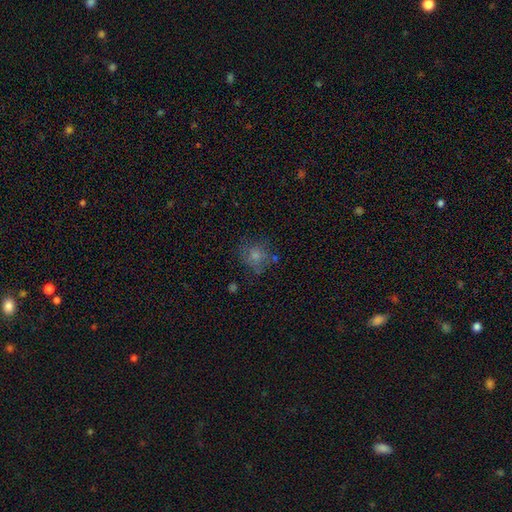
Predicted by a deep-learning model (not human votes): A smooth galaxy with no disk features (69%) that is round (78%).

Vote fractions:
- Smooth or featured? smooth: 69% / featured or disk: 17% / star or artifact: 14%
- How rounded? round: 78% / in between: 21% / cigar-shaped: 1%
- Merging? none: 62% / minor disturbance: 21% / major disturbance: 12% / merger: 5%